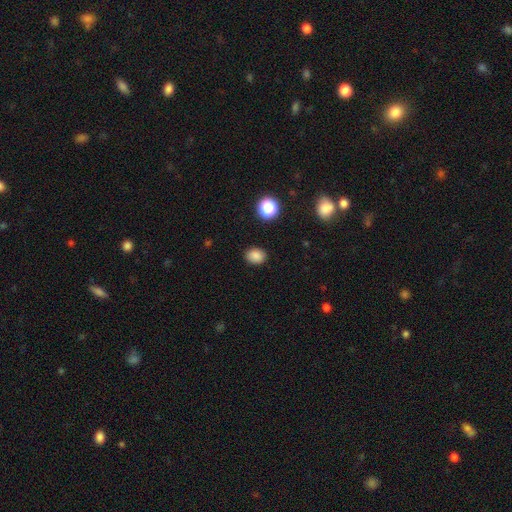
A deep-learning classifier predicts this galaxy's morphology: Q: Smooth or featured?
A: smooth (84%); runner-up: star or artifact (12%)
Q: How rounded?
A: in between (51%); runner-up: round (48%)
Q: Merging?
A: none (88%); runner-up: minor disturbance (8%)